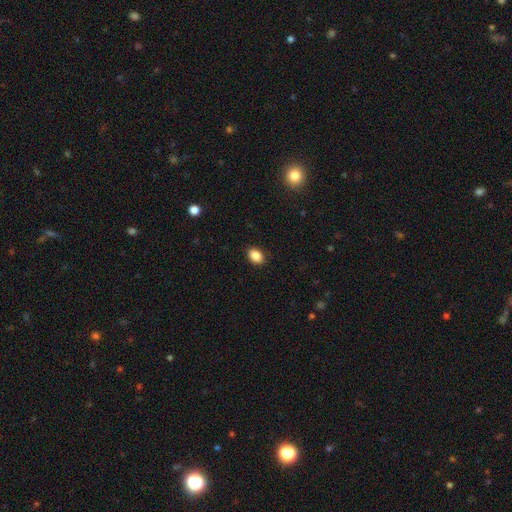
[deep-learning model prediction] This is clearly a smooth galaxy (88%). How rounded: likely in between (78%). Merging: clearly none (89%).